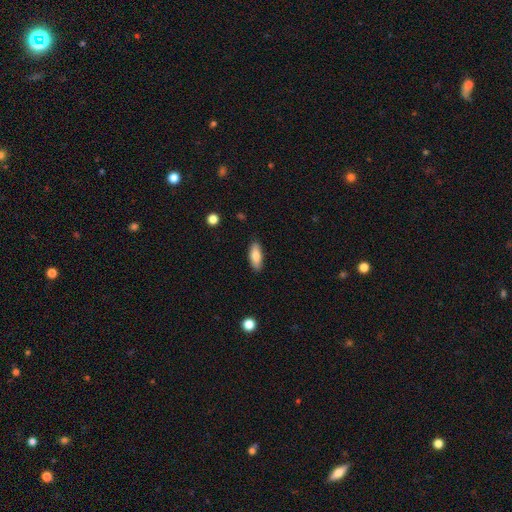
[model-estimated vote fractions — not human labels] smooth_or_featured: smooth (p=0.84) [alt: featured or disk p=0.10]
how_rounded: in between (p=0.74) [alt: cigar-shaped p=0.24]
merging: none (p=0.86) [alt: minor disturbance p=0.11]